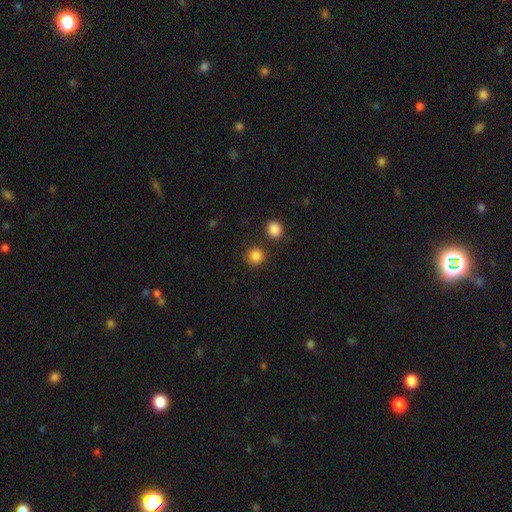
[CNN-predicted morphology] Smooth or featured? smooth (86%)
How rounded? round (91%)
Merging? none (85%)